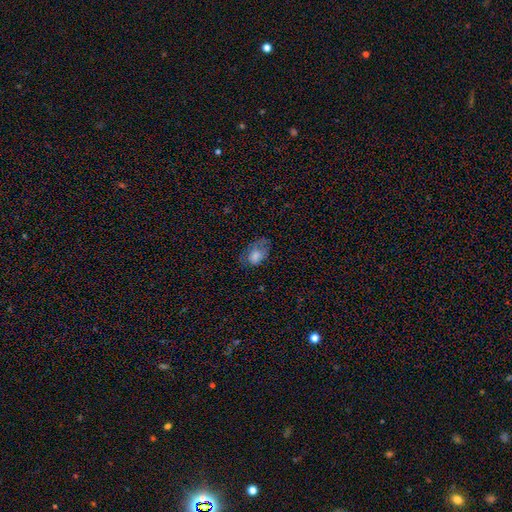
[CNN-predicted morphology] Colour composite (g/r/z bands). It shows a smooth galaxy with no disk features (72%) that is in between round and cigar-shaped (86%). Merging: none (42%).